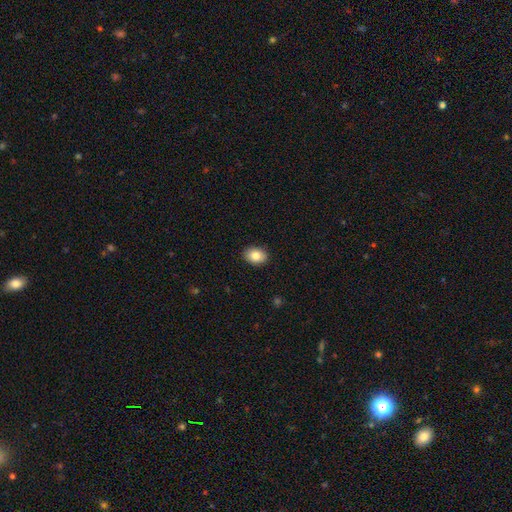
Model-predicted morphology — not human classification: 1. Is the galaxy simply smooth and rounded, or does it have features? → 84% smooth, 8% star or artifact, 8% featured or disk.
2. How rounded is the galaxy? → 73% in between, 26% round, 1% cigar-shaped.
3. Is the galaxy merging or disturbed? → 91% none, 7% minor disturbance, 2% major disturbance, 1% merger.